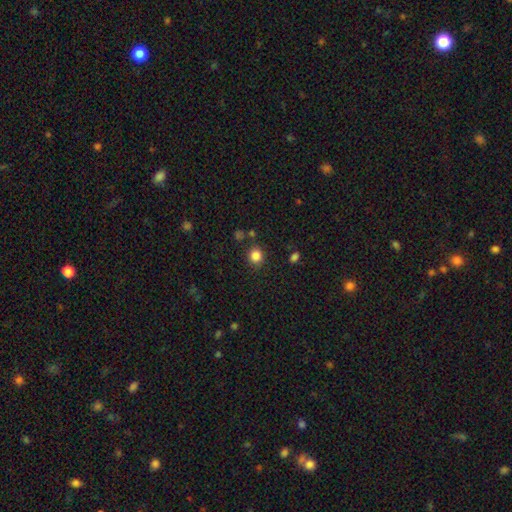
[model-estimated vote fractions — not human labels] A smooth galaxy with no disk features (84%) that is round (86%). Merging: none (83%).